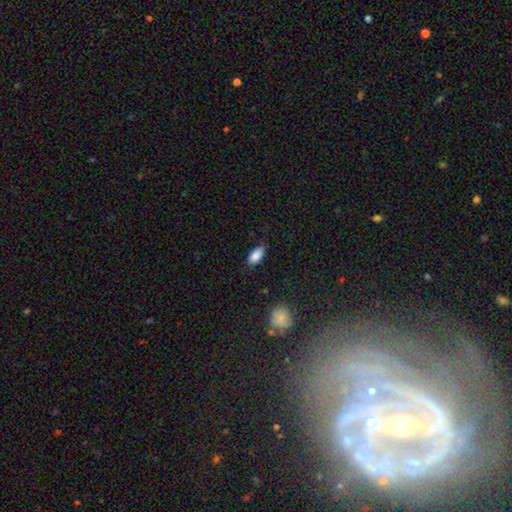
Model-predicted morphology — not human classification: smooth 87%, star or artifact 7%, featured or disk 6%. Down the decision tree: how rounded — in between (92%); merging — none (83%).